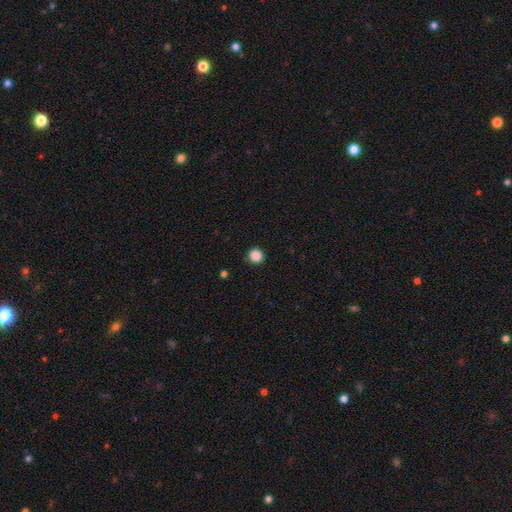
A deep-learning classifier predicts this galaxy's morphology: Smooth or featured? Predicted: smooth (p=0.88). How rounded? Predicted: round (p=0.92). Merging? Predicted: none (p=0.91).